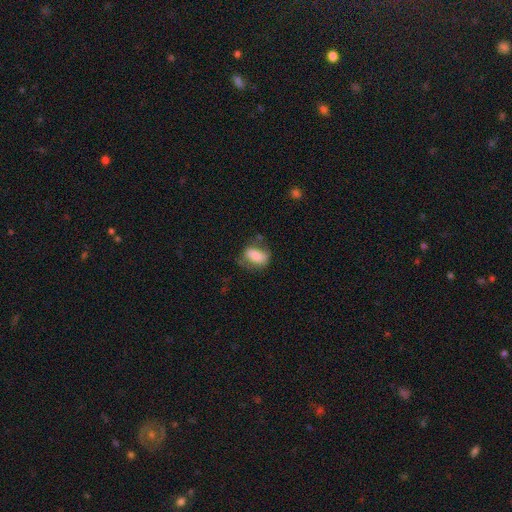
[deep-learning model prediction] smooth-or-featured: smooth: 74% | featured or disk: 18% | star or artifact: 8%
  how-rounded: in between: 83% | round: 13% | cigar-shaped: 3%
  merging: none: 53% | minor disturbance: 28% | major disturbance: 15% | merger: 4%